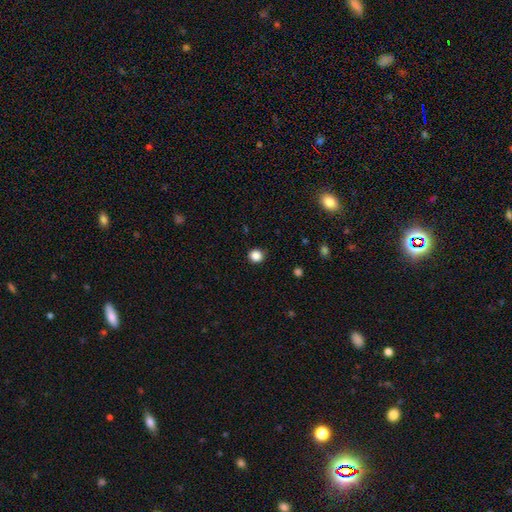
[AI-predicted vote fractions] This appears to be a smooth galaxy with no disk features (86%) that is round (92%). Merging: none (92%).